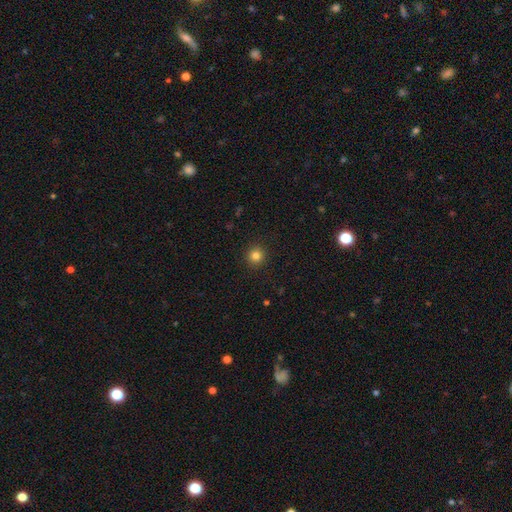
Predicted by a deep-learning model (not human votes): Overall: smooth (82%). How rounded: round (94%). Merging: none (92%).